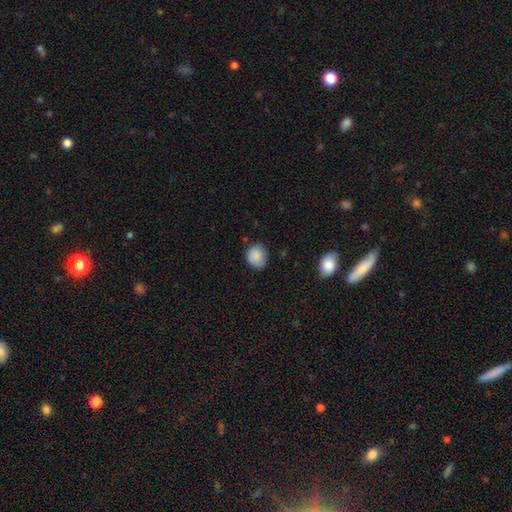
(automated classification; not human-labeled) Overall: smooth (88%). How rounded: round (77%). Merging: none (76%).